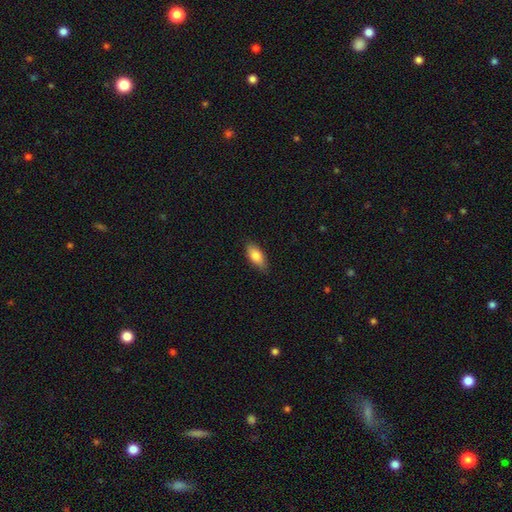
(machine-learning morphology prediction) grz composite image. It shows a smooth galaxy with no disk features (81%) that is in between round and cigar-shaped (85%). Merging: none (84%).